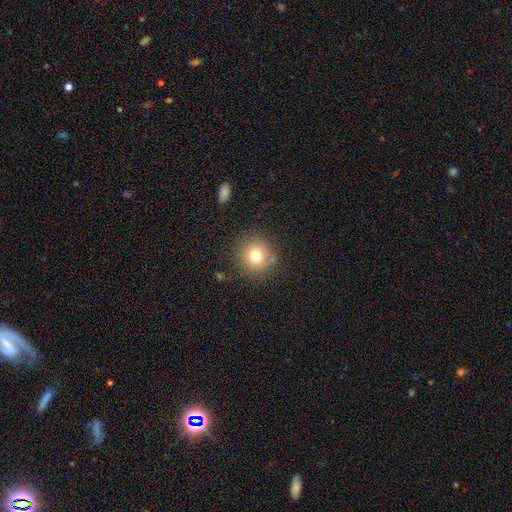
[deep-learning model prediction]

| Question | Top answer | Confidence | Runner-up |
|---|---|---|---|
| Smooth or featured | smooth | 76% | star or artifact (13%) |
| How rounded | round | 93% | in between (6%) |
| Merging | none | 85% | minor disturbance (9%) |